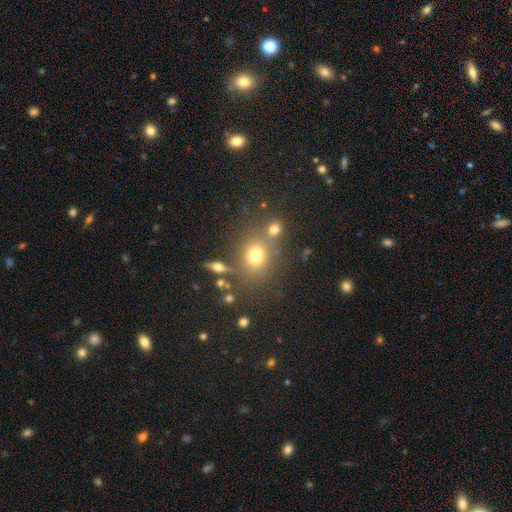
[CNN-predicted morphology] smooth 70%, star or artifact 17%, featured or disk 13%. Down the decision tree: how rounded — round (65%); merging — none (67%).